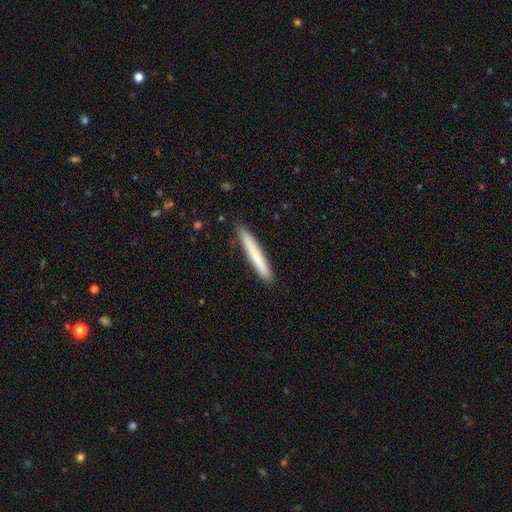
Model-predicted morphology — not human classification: Smooth or featured? smooth (72%)
How rounded? cigar-shaped (96%)
Merging? none (89%)